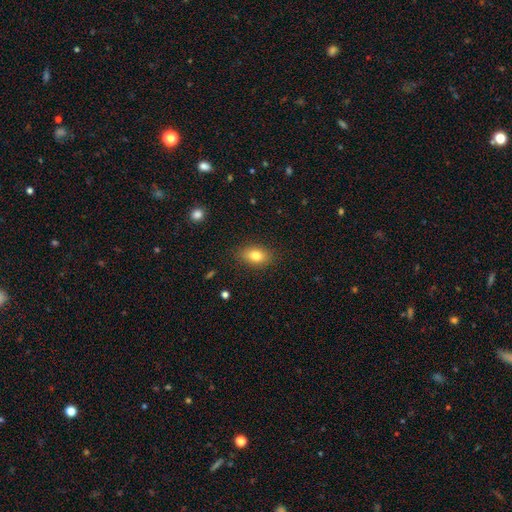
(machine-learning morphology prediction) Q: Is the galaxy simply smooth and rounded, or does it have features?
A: smooth — 79%.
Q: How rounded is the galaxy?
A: in between — 84%.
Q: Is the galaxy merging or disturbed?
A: none — 86%.